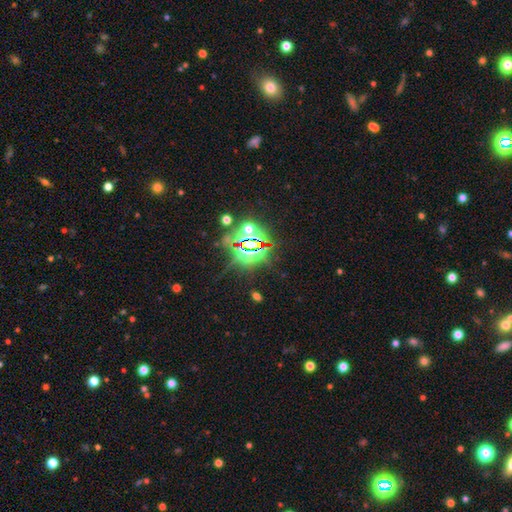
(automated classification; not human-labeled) Morphology: type=star or artifact (83%).